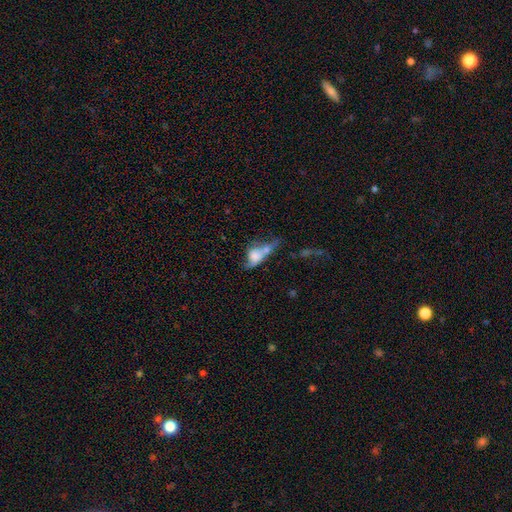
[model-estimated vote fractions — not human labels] Smooth or featured? smooth (58%)
How rounded? in between (72%)
Merging? merger (42%)